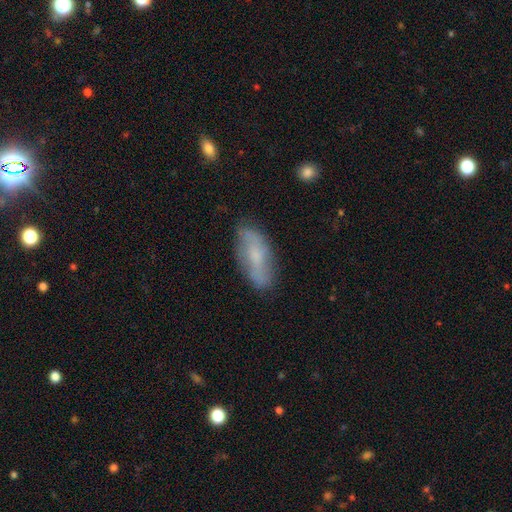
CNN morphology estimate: A smooth galaxy with no disk features (49%). Merging: none (75%).